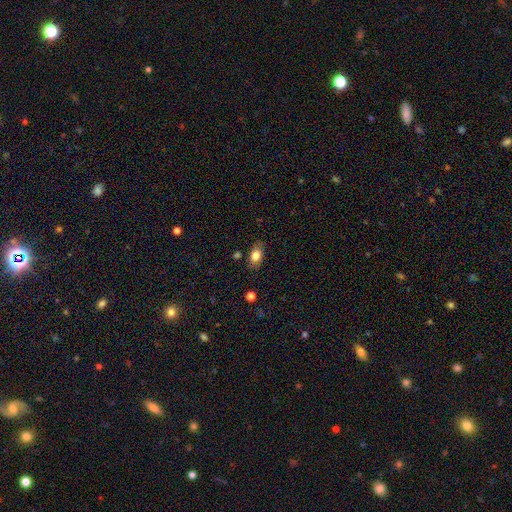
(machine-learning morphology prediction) A smooth galaxy with no disk features (80%) that is in between round and cigar-shaped (88%).

Vote fractions:
- Smooth or featured? smooth: 80% / featured or disk: 12% / star or artifact: 8%
- How rounded? in between: 88% / round: 9% / cigar-shaped: 3%
- Merging? none: 81% / minor disturbance: 14% / major disturbance: 3% / merger: 2%